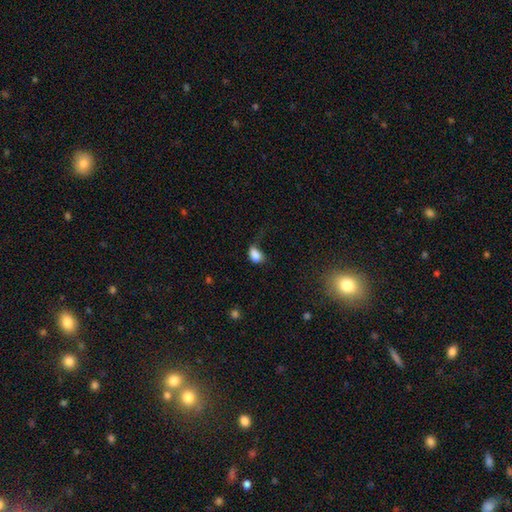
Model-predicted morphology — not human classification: A smooth galaxy with no disk features (84%) that is in between round and cigar-shaped (83%).

Vote fractions:
- Smooth or featured? smooth: 84% / star or artifact: 9% / featured or disk: 7%
- How rounded? in between: 83% / round: 15% / cigar-shaped: 2%
- Merging? minor disturbance: 33% (tied) / none: 33% (tied) / major disturbance: 30% / merger: 4%